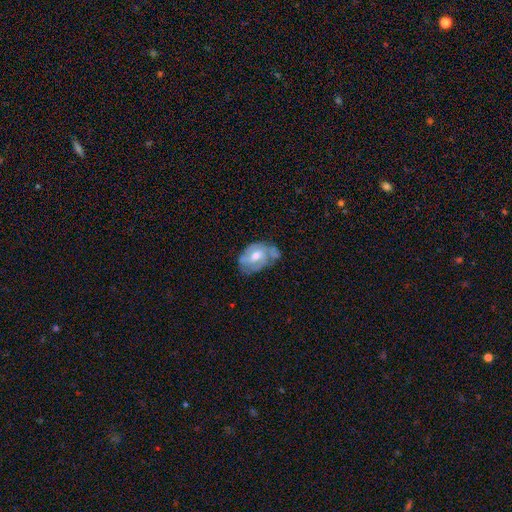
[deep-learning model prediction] Morphology: type=featured or disk (63%); edge-on=no (96%); bar=no (52%); spiral arms=yes (63%); bulge=moderate (66%); merging=none (40%).